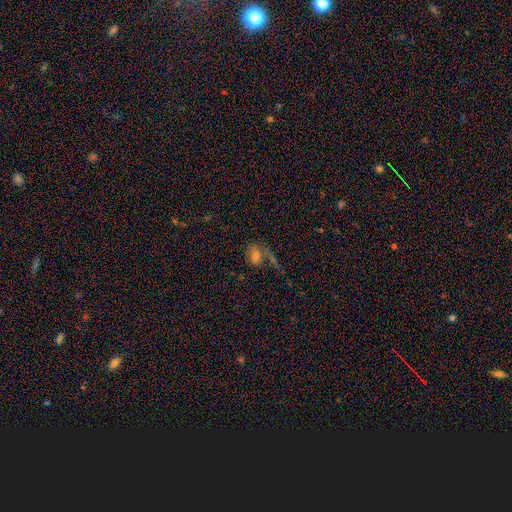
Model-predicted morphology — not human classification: Smooth or featured?
  - smooth: 60% *
  - star or artifact: 21%
  - featured or disk: 19%
How rounded?
  - in between: 64% *
  - round: 33%
  - cigar-shaped: 3%
Merging?
  - none: 47% *
  - merger: 21%
  - minor disturbance: 18%
  - major disturbance: 14%